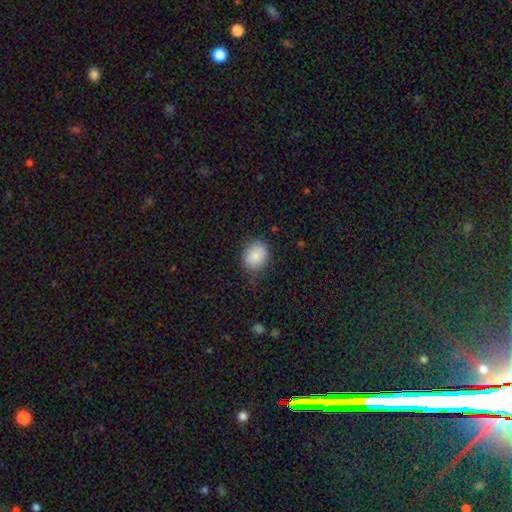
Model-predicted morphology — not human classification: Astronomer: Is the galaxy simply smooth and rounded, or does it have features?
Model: smooth — 87%.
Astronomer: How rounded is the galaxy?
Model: round — 54% (runner-up: in between, 45%).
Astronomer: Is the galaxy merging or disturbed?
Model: none — 72%.